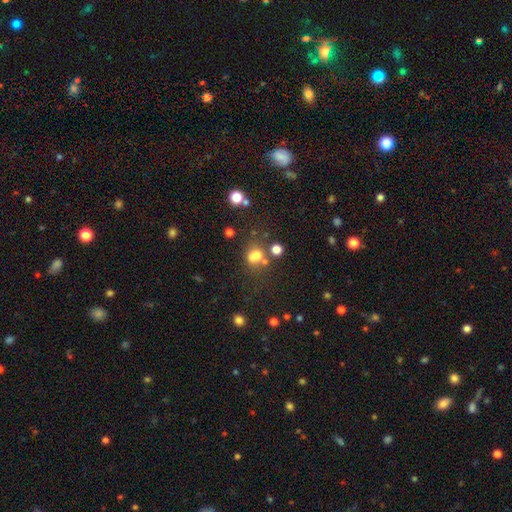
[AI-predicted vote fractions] Morphology: type=smooth (66%); roundness=round (64%); merging=none (44%).